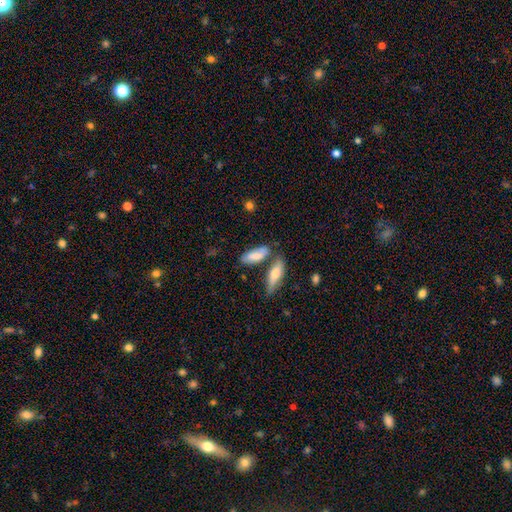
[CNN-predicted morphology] smooth-or-featured: smooth: 70% | featured or disk: 23% | star or artifact: 6%
  how-rounded: in between: 70% | cigar-shaped: 27% | round: 3%
  merging: none: 56% | merger: 22% | minor disturbance: 17% | major disturbance: 5%